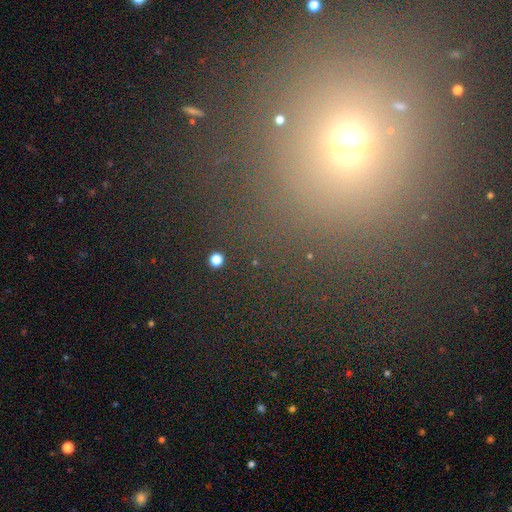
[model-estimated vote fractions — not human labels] smooth_or_featured: smooth (p=0.51) [alt: star or artifact p=0.39]
how_rounded: round (p=0.87) [alt: in between p=0.11]
merging: none (p=0.81) [alt: minor disturbance p=0.09]